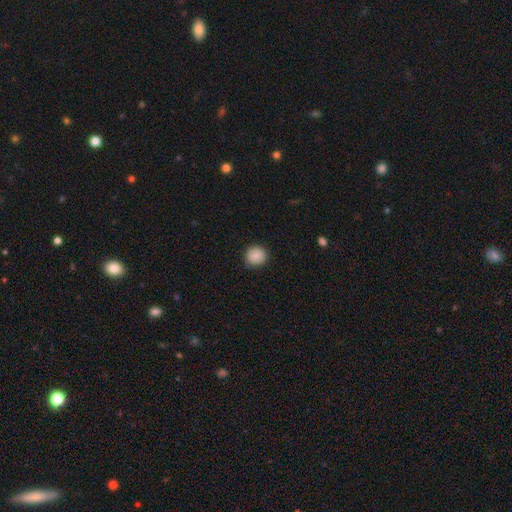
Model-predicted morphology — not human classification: Smooth or featured?
  - smooth: 86% *
  - star or artifact: 8%
  - featured or disk: 6%
How rounded?
  - round: 90% *
  - in between: 9%
  - cigar-shaped: 1%
Merging?
  - none: 87% *
  - minor disturbance: 10%
  - major disturbance: 2%
  - merger: 1%